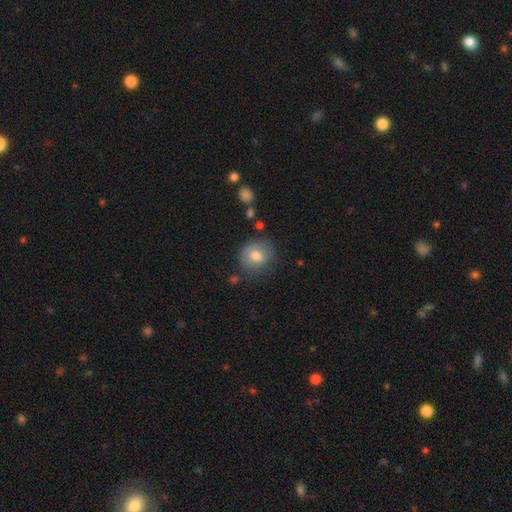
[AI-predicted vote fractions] Morphology: type=smooth (77%); roundness=round (76%); merging=none (71%).